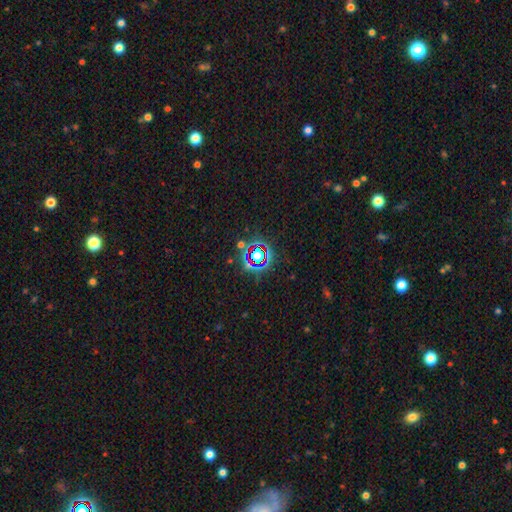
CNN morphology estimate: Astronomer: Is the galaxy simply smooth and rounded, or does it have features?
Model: star or artifact — 75%.